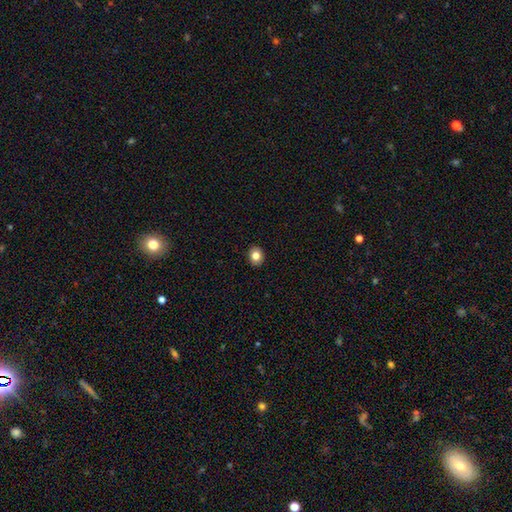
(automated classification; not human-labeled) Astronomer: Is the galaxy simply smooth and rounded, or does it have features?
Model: smooth — 82%.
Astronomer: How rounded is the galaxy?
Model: round — 62% (runner-up: in between, 37%).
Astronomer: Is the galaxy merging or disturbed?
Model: none — 92%.